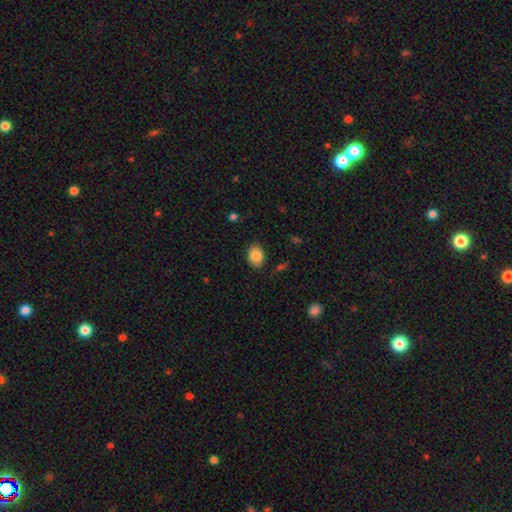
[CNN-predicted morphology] This is clearly a smooth galaxy (85%). How rounded: likely in between (68%). Merging: clearly none (83%).